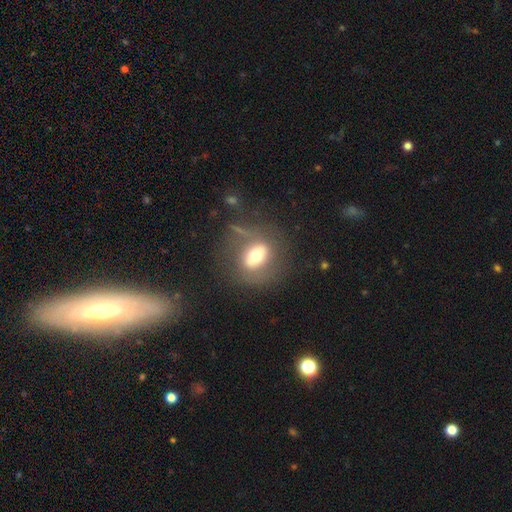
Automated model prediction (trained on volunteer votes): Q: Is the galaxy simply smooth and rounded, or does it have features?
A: smooth — 50%.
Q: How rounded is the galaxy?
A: in between — 53%.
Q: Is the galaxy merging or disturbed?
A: none — 64%.